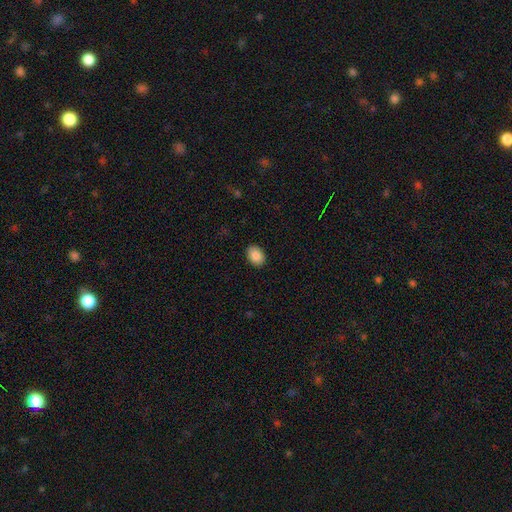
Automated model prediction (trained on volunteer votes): Smooth or featured? smooth (86%)
How rounded? in between (74%)
Merging? none (90%)